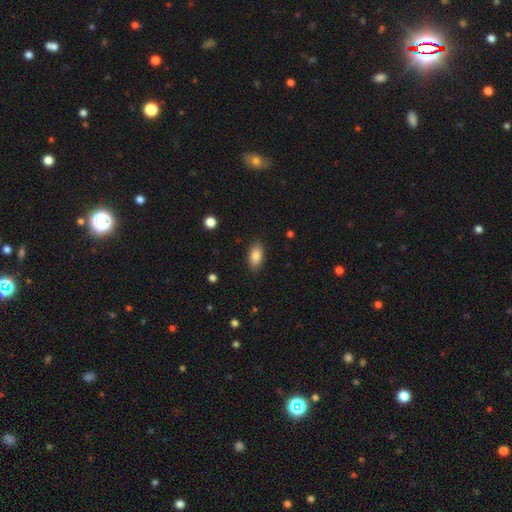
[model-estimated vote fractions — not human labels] This appears to be a smooth galaxy with no disk features (86%) that is in between round and cigar-shaped (91%). Merging: none (87%).